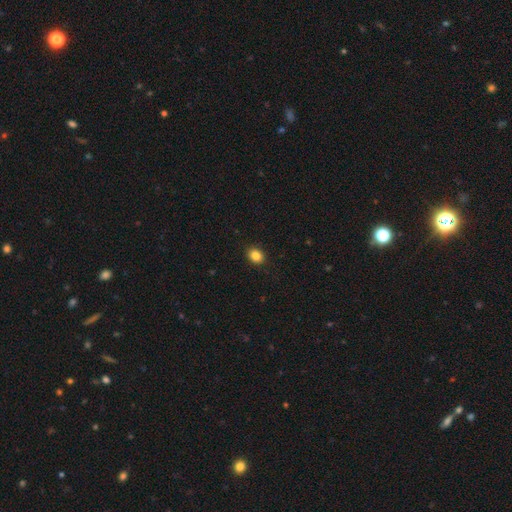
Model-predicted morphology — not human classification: Smooth or featured: smooth — 85% (star or artifact — 10%)
How rounded: round — 50% (in between — 49%)
Merging: none — 90% (minor disturbance — 7%)